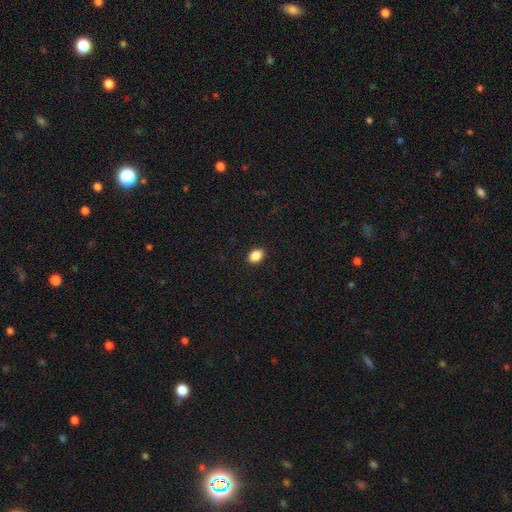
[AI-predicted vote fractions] This appears to be a smooth galaxy with no disk features (87%) that is in between round and cigar-shaped (77%). Merging: none (90%).